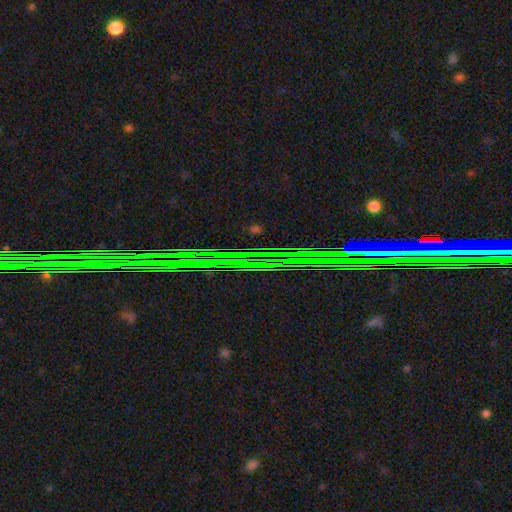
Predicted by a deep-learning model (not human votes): star or artifact 84%, featured or disk 9%, smooth 7%.